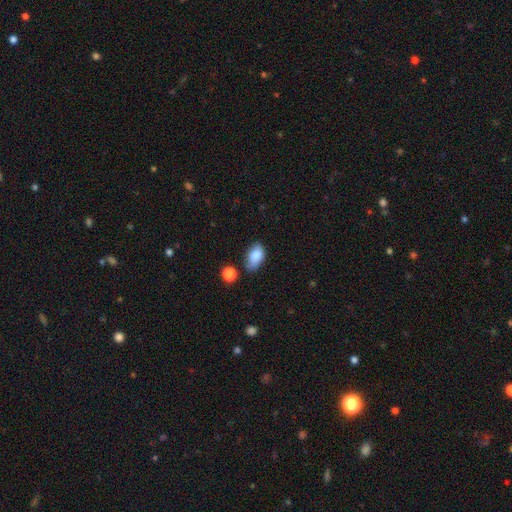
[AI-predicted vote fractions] Smooth or featured?
  - smooth: 83% *
  - featured or disk: 9%
  - star or artifact: 8%
How rounded?
  - in between: 91% *
  - round: 7%
  - cigar-shaped: 2%
Merging?
  - none: 64% *
  - minor disturbance: 26%
  - major disturbance: 5%
  - merger: 5%